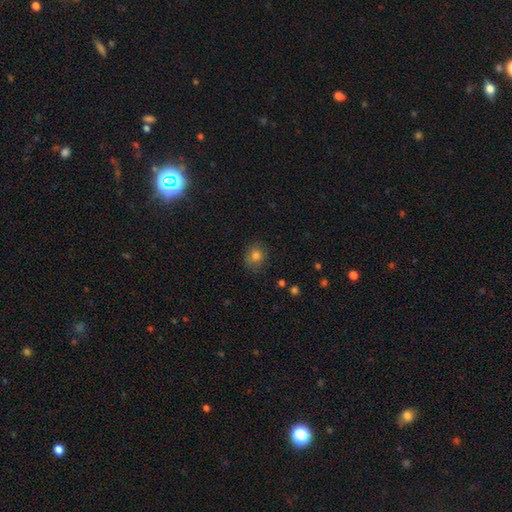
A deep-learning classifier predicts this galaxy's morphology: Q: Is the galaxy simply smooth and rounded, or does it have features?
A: smooth — 79%.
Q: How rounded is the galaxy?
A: round — 79%.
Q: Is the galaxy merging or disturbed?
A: none — 82%.